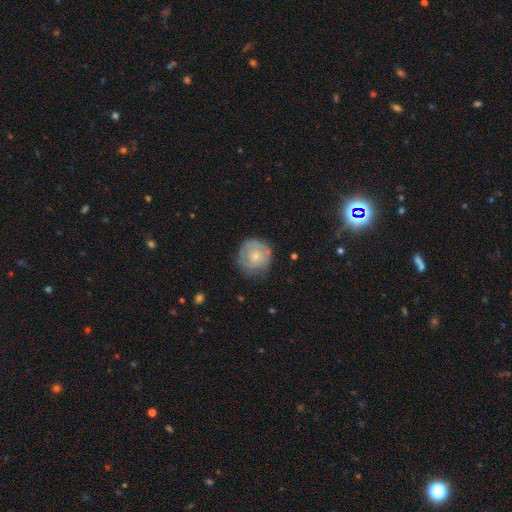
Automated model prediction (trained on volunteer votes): Smooth or featured?
  - featured or disk: 48% *
  - smooth: 45%
  - star or artifact: 6%
Merging?
  - none: 71% *
  - minor disturbance: 21%
  - major disturbance: 7%
  - merger: 1%